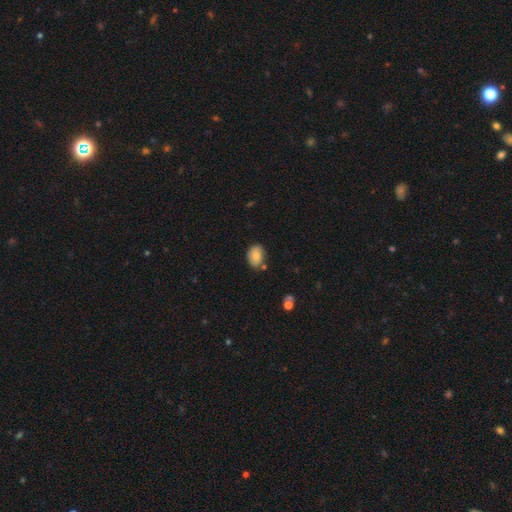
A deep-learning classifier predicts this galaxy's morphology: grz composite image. It shows a smooth galaxy with no disk features (82%) that is in between round and cigar-shaped (79%). Merging: none (71%).